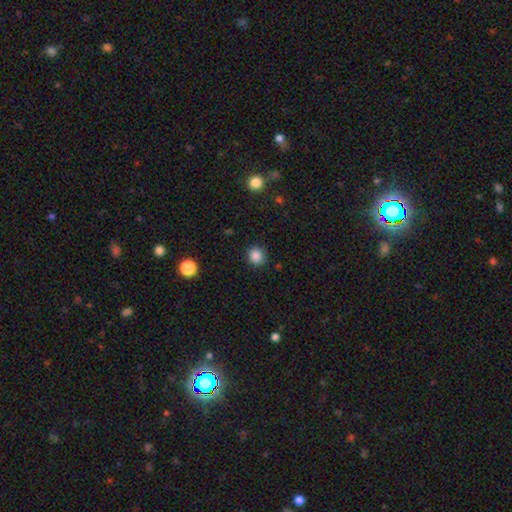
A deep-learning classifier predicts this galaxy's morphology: This is clearly a smooth galaxy (86%). How rounded: clearly round (87%). Merging: clearly none (88%).